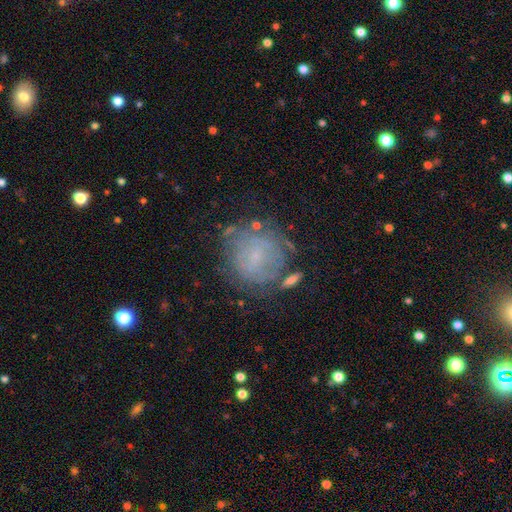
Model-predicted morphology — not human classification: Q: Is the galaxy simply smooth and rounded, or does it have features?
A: featured or disk — 49%.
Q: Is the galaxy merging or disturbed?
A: none — 62%.